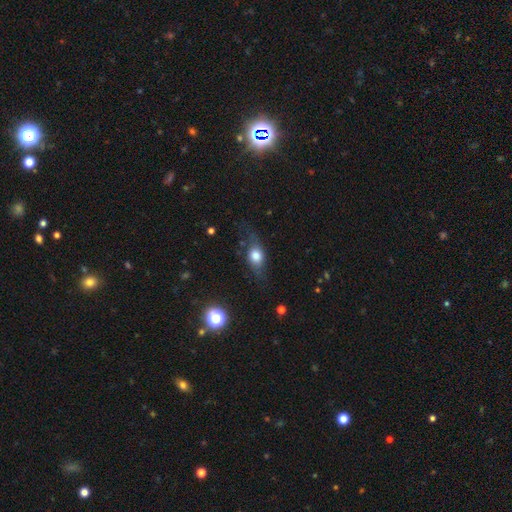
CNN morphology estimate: This appears to be a smooth galaxy with no disk features (63%) that is in between round and cigar-shaped (60%). Merging: none (63%).